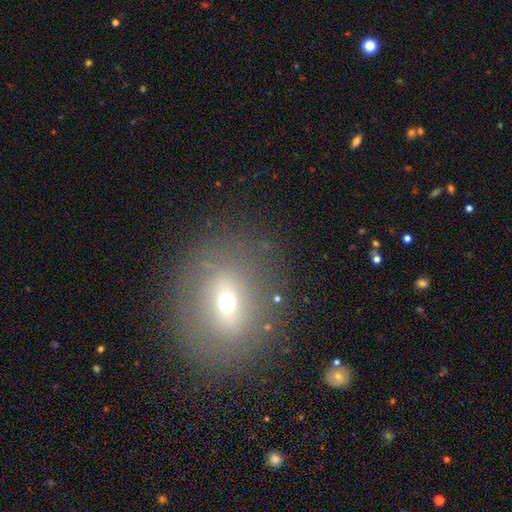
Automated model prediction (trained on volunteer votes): This appears to be a smooth galaxy with no disk features (50%). Merging: none (82%).